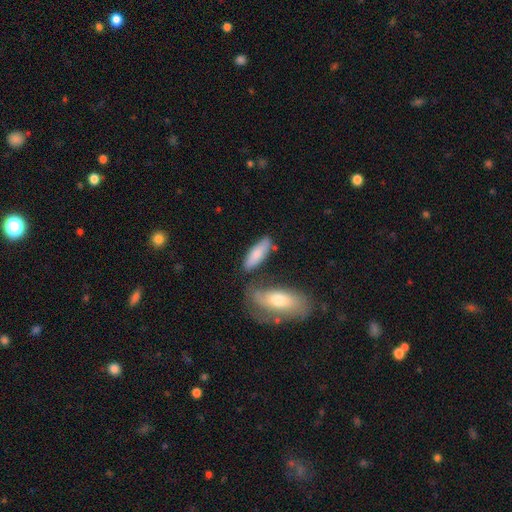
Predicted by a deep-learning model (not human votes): Smooth or featured? smooth (76%)
How rounded? in between (55%)
Merging? none (67%)